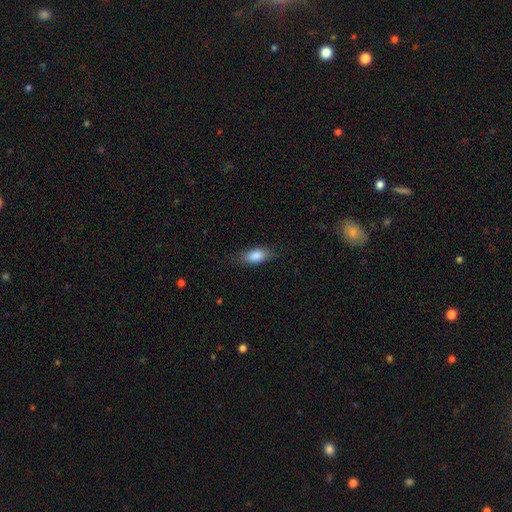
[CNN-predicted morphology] type=smooth (85%); roundness=in between (82%); merging=none (77%).